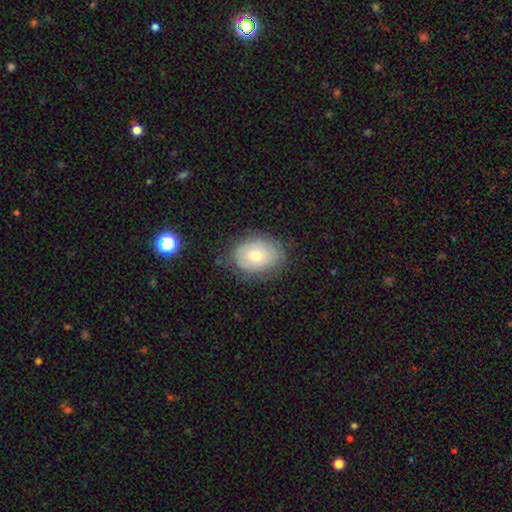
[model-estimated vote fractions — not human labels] The model was most divided on "smooth or featured": smooth: 60%, featured or disk: 32%, star or artifact: 8%. More confident: merging — none (76%); how rounded — in between (68%).